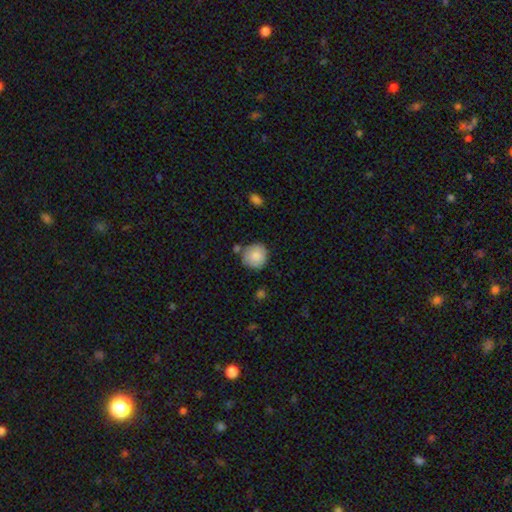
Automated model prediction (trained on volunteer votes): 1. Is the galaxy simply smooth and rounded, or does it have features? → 84% smooth, 9% featured or disk, 7% star or artifact.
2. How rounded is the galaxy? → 91% round, 8% in between, 1% cigar-shaped.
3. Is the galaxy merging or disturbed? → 73% none, 17% minor disturbance, 7% merger, 4% major disturbance.